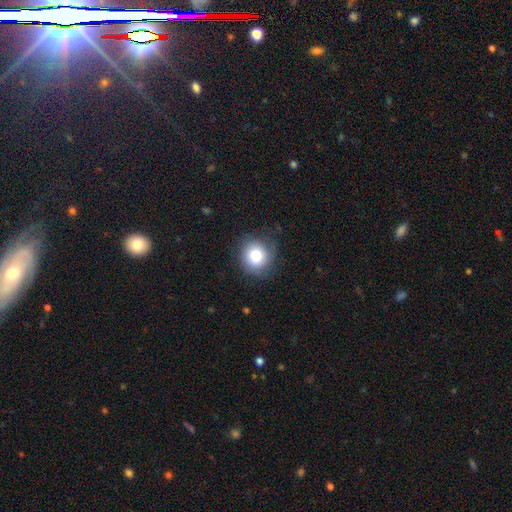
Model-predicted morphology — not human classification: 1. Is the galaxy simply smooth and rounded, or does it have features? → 81% smooth, 11% featured or disk, 9% star or artifact.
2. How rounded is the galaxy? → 87% round, 12% in between, 1% cigar-shaped.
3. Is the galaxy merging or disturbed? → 77% none, 17% minor disturbance, 5% major disturbance, 1% merger.